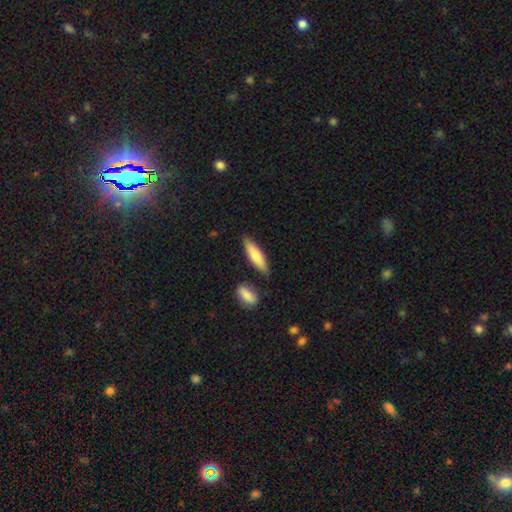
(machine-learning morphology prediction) This is likely a smooth galaxy (76%). How rounded: likely cigar-shaped (65%). Merging: clearly none (82%).